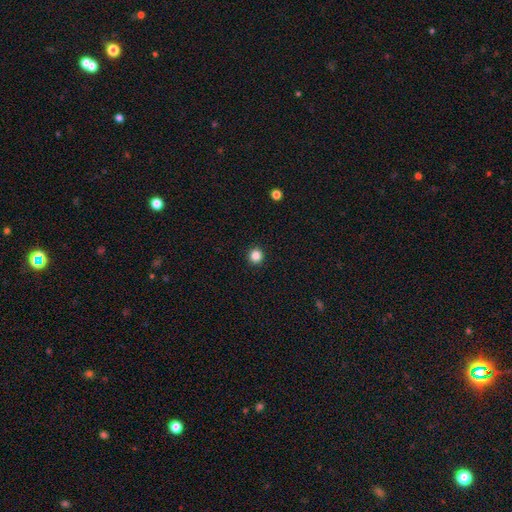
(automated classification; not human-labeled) Smooth or featured?
  - smooth: 86% *
  - star or artifact: 11%
  - featured or disk: 3%
How rounded?
  - round: 93% *
  - in between: 6%
  - cigar-shaped: 1%
Merging?
  - none: 93% *
  - minor disturbance: 5%
  - major disturbance: 2%
  - merger: 1%